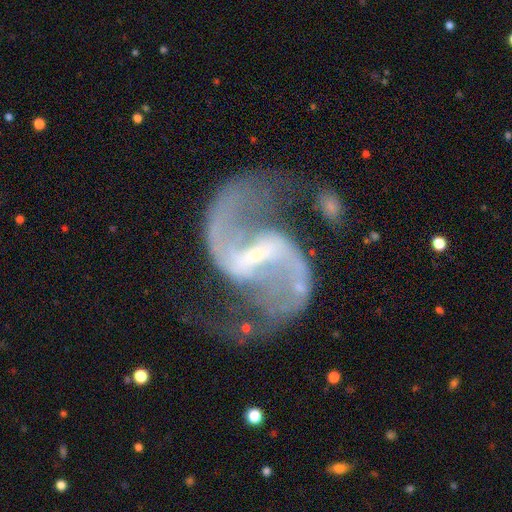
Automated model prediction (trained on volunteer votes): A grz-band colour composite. It shows a featured or disk galaxy (93%) with a strong bar (47%), 2 (94%) loose (60%) spiral arms (98%) and a small central bulge (70%). Merging: none (68%).